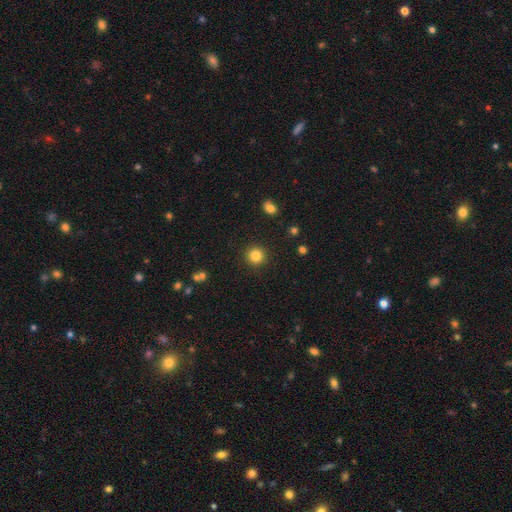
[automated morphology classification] This is clearly a smooth galaxy (84%). How rounded: clearly round (94%). Merging: clearly none (92%).